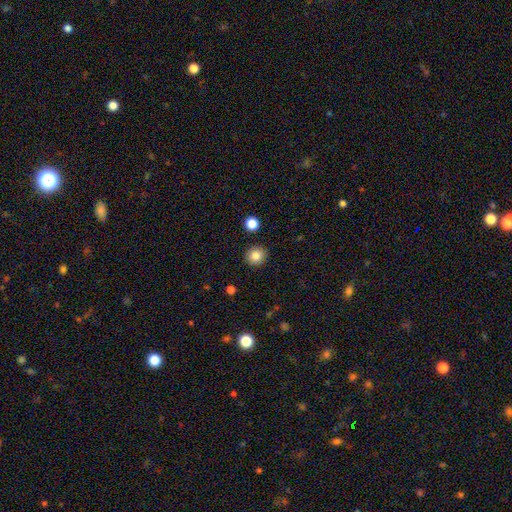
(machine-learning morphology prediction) This appears to be a smooth galaxy with no disk features (85%) that is round (90%). Merging: none (91%).